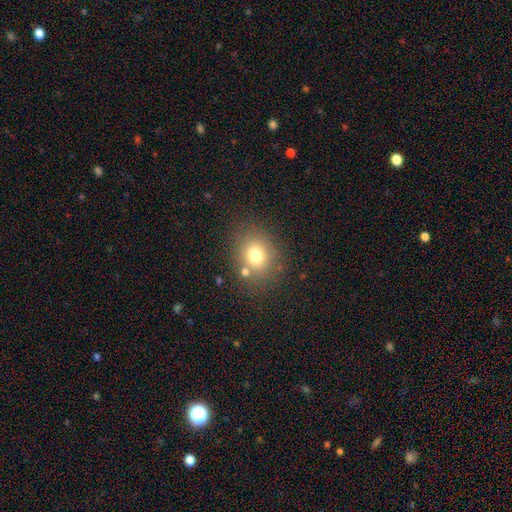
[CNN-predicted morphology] type=smooth (73%); roundness=round (70%); merging=none (74%).